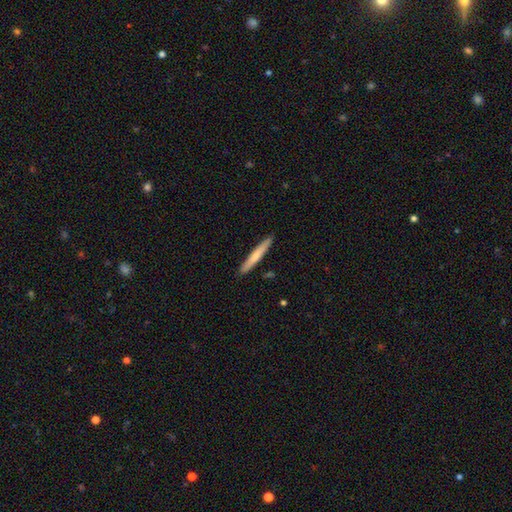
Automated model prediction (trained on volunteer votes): Smooth or featured?
  - smooth: 66% *
  - featured or disk: 29%
  - star or artifact: 5%
How rounded?
  - cigar-shaped: 96% *
  - in between: 3%
  - round: 1%
Merging?
  - none: 91% *
  - minor disturbance: 7%
  - major disturbance: 1%
  - merger: 1%